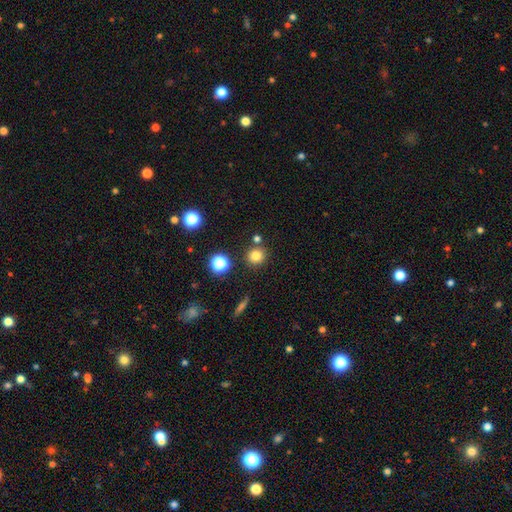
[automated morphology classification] This appears to be a smooth galaxy with no disk features (79%) that is round (90%). Merging: none (81%).